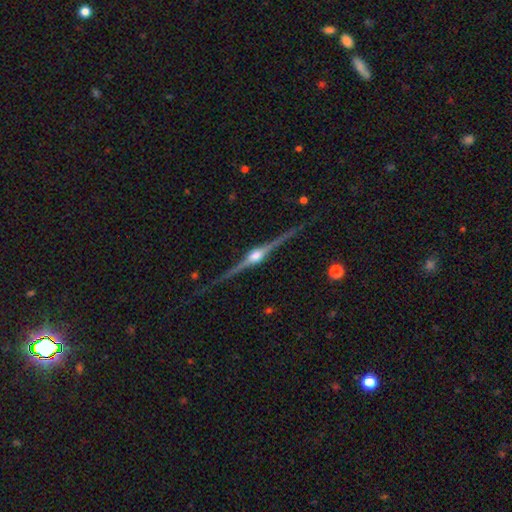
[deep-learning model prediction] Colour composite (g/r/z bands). It shows a featured or disk galaxy (91%) viewed edge-on (98%) with a rounded central bulge (95%). Merging: none (88%).